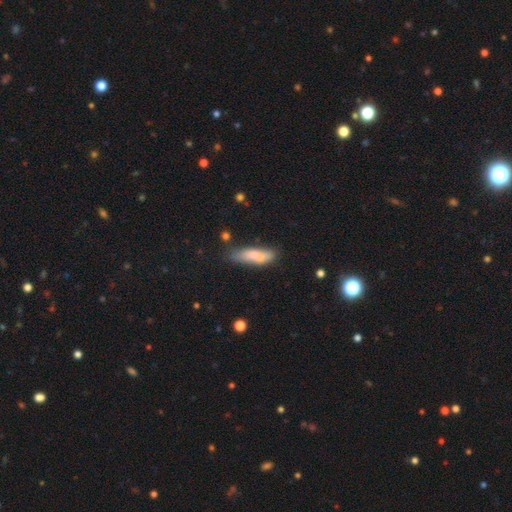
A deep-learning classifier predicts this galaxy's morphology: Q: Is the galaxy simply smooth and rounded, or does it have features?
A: smooth — 75%.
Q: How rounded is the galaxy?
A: cigar-shaped — 59%.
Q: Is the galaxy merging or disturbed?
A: none — 57%.